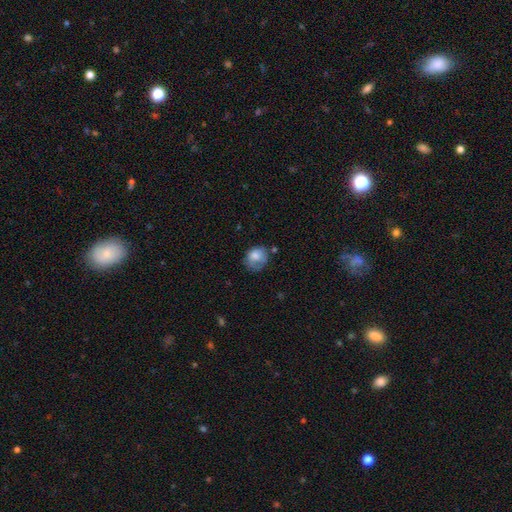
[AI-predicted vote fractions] A smooth galaxy with no disk features (75%) that is round (58%).

Vote fractions:
- Smooth or featured? smooth: 75% / featured or disk: 17% / star or artifact: 8%
- How rounded? round: 58% / in between: 41% / cigar-shaped: 1%
- Merging? none: 44% / minor disturbance: 33% / major disturbance: 17% / merger: 5%